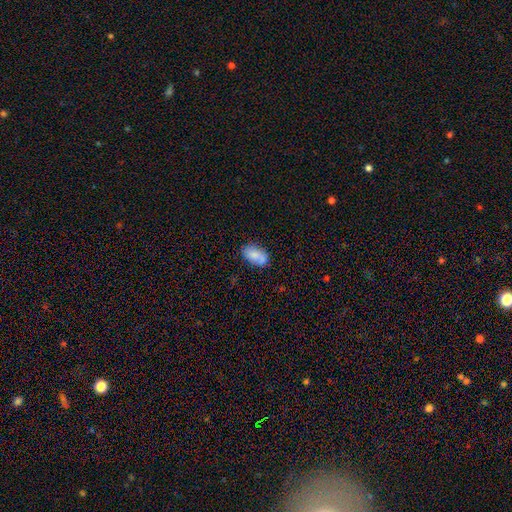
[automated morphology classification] A smooth galaxy with no disk features (80%) that is in between round and cigar-shaped (92%).

Vote fractions:
- Smooth or featured? smooth: 80% / featured or disk: 12% / star or artifact: 7%
- How rounded? in between: 92% / round: 6% / cigar-shaped: 2%
- Merging? none: 70% / minor disturbance: 19% / merger: 7% / major disturbance: 4%